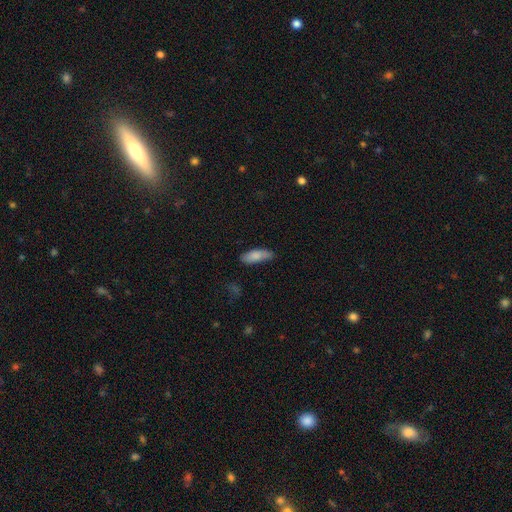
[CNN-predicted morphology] Smooth or featured: smooth — 84% (featured or disk — 10%)
How rounded: in between — 66% (cigar-shaped — 33%)
Merging: none — 70% (minor disturbance — 24%)